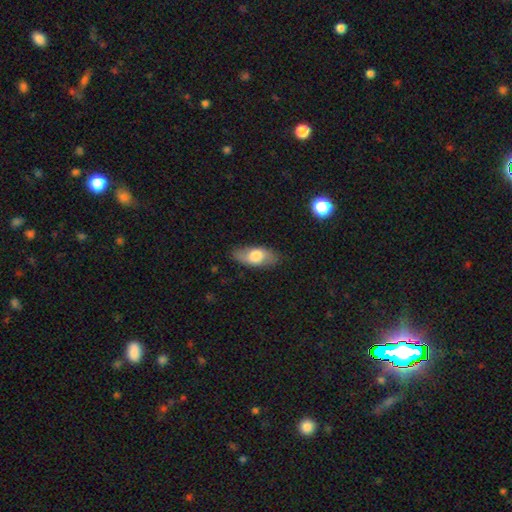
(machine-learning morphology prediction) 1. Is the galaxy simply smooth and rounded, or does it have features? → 65% smooth, 29% featured or disk, 6% star or artifact.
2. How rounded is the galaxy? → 86% in between, 10% cigar-shaped, 5% round.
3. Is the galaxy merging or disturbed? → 82% none, 14% minor disturbance, 3% major disturbance, 1% merger.